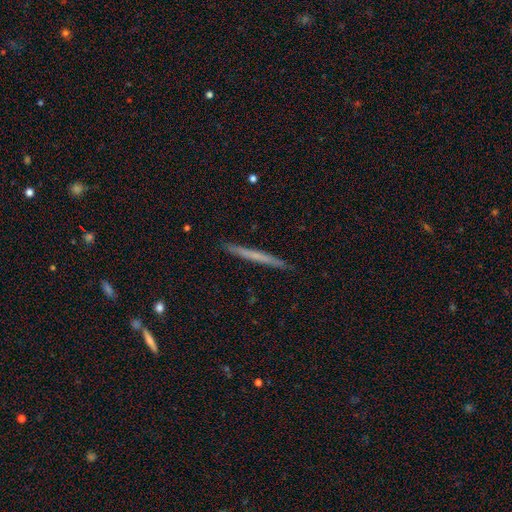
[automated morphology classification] Smooth or featured? smooth (49%)
Merging? none (92%)